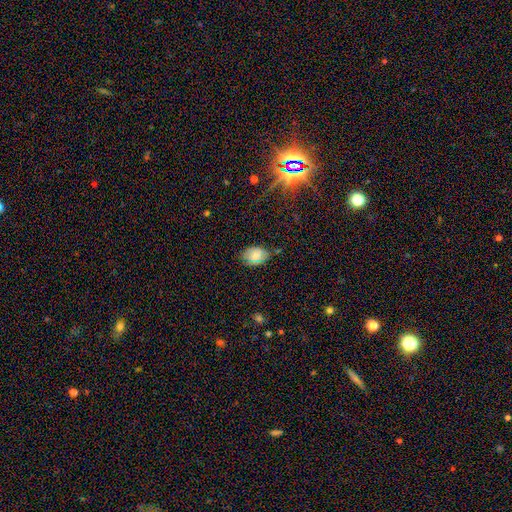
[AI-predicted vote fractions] smooth 75%, featured or disk 15%, star or artifact 10%. Down the decision tree: how rounded — in between (83%); merging — none (69%).